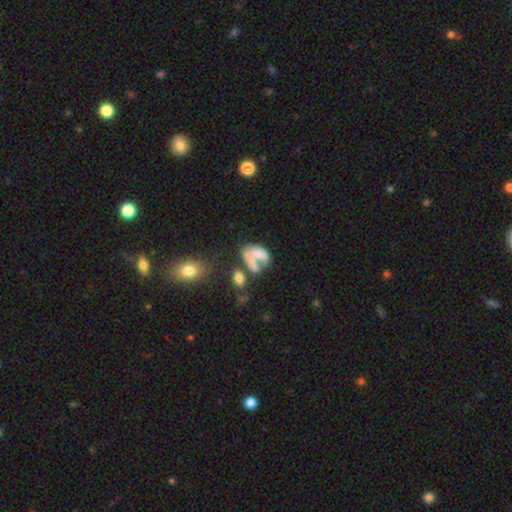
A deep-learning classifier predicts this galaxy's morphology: Q: Smooth or featured?
A: smooth (47%); runner-up: featured or disk (42%)
Q: Merging?
A: merger (40%); runner-up: major disturbance (27%)